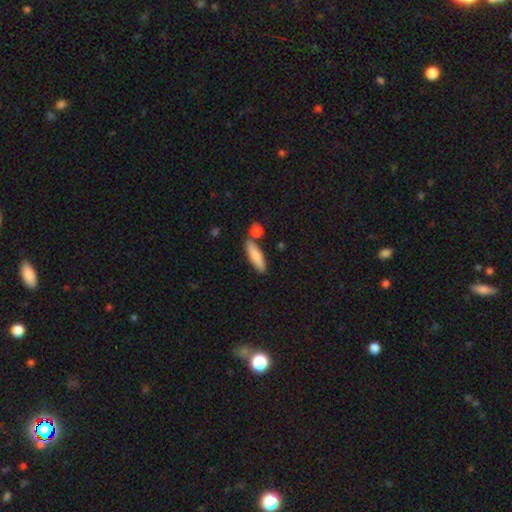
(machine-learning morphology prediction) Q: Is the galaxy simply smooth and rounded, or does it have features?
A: smooth — 80%.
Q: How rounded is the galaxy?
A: cigar-shaped — 69%.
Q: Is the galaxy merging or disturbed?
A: none — 75%.